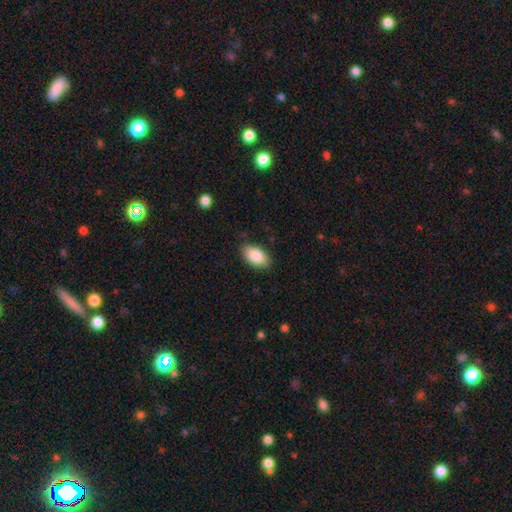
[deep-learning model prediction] Smooth or featured: smooth — 87% (featured or disk — 7%)
How rounded: in between — 94% (round — 5%)
Merging: none — 84% (minor disturbance — 12%)